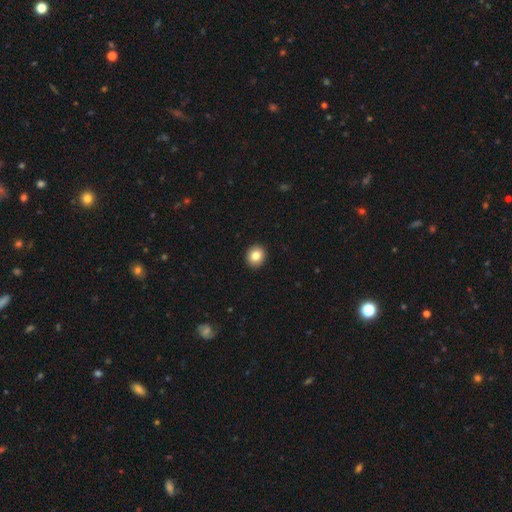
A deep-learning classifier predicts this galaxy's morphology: The model was most divided on "how rounded": round: 80%, in between: 19%, cigar-shaped: 1%. More confident: merging — none (93%); smooth or featured — smooth (82%).